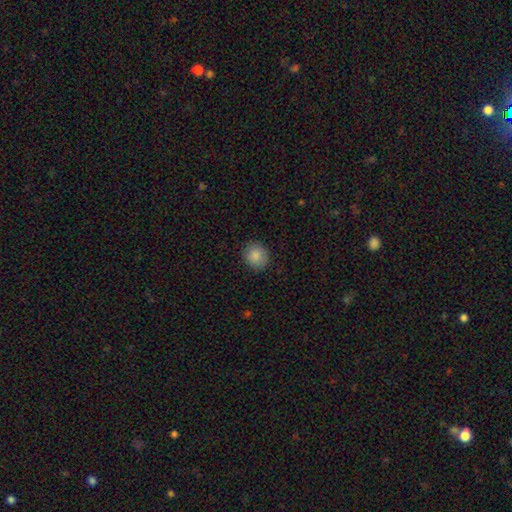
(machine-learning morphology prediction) The model was most divided on "how rounded": round: 83%, in between: 16%, cigar-shaped: 1%. More confident: merging — none (89%); smooth or featured — smooth (87%).